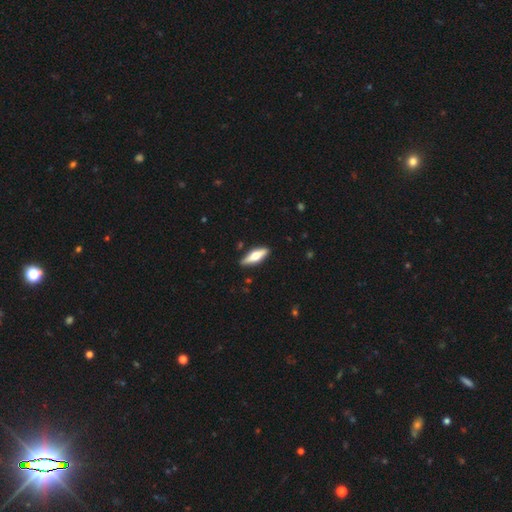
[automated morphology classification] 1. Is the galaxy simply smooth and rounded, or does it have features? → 49% smooth, 46% featured or disk, 5% star or artifact.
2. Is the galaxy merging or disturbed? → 88% none, 9% minor disturbance, 2% major disturbance, 2% merger.